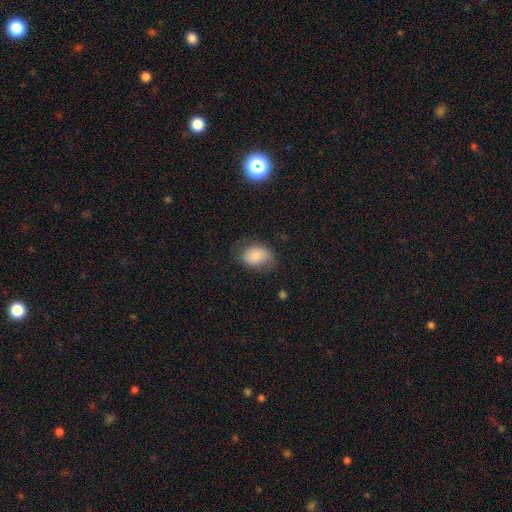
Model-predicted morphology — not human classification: Smooth or featured?
  - smooth: 77% *
  - featured or disk: 14%
  - star or artifact: 8%
How rounded?
  - in between: 71% *
  - round: 28%
  - cigar-shaped: 1%
Merging?
  - none: 60% *
  - minor disturbance: 28%
  - major disturbance: 11%
  - merger: 1%